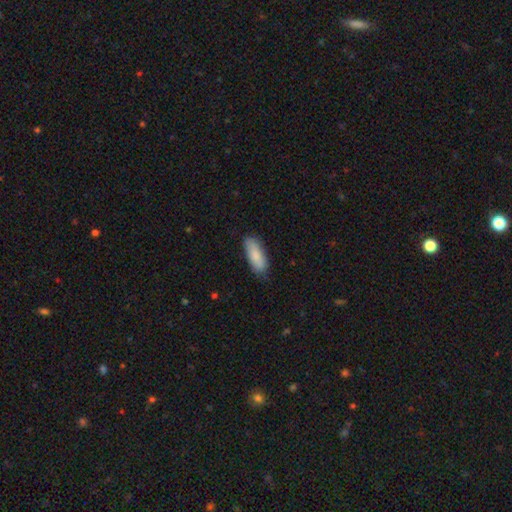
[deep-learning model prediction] Smooth or featured? smooth (85%)
How rounded? in between (71%)
Merging? none (78%)